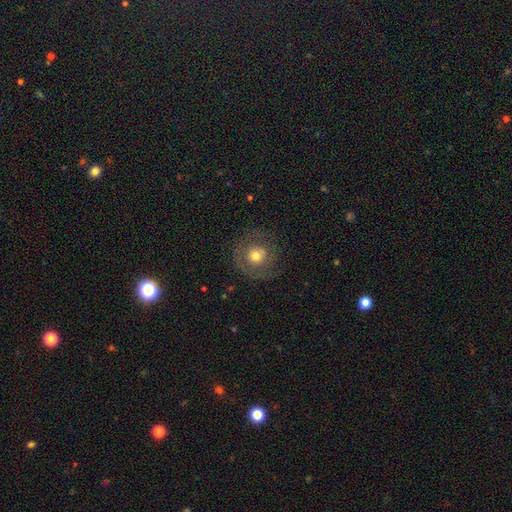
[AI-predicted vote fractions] This is possibly a smooth galaxy (53%). How rounded: clearly round (91%). Merging: likely none (75%).